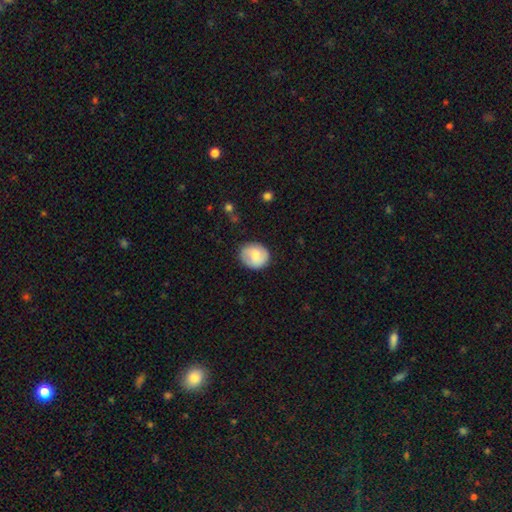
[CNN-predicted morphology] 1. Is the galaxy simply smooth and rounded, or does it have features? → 69% smooth, 24% featured or disk, 7% star or artifact.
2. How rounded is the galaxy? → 76% round, 23% in between, 1% cigar-shaped.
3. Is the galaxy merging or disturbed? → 83% none, 13% minor disturbance, 3% major disturbance, 1% merger.